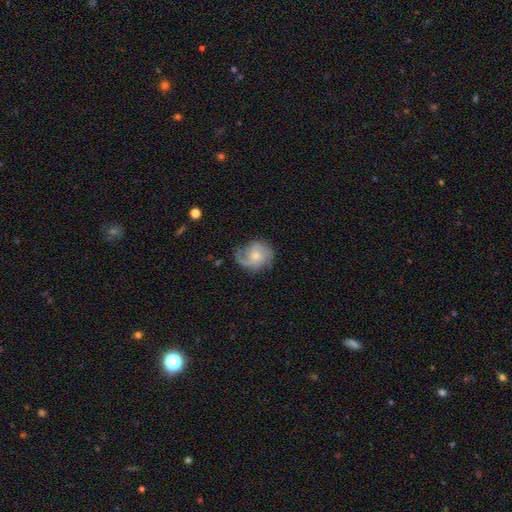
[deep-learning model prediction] featured or disk 66%, smooth 28%, star or artifact 7%. Down the decision tree: edge-on disk — no (98%); bar — no (71%); spiral arms — yes (91%); spiral arm count — 2 (51%); spiral winding — medium (44%); bulge size — small (54%); merging — none (62%).